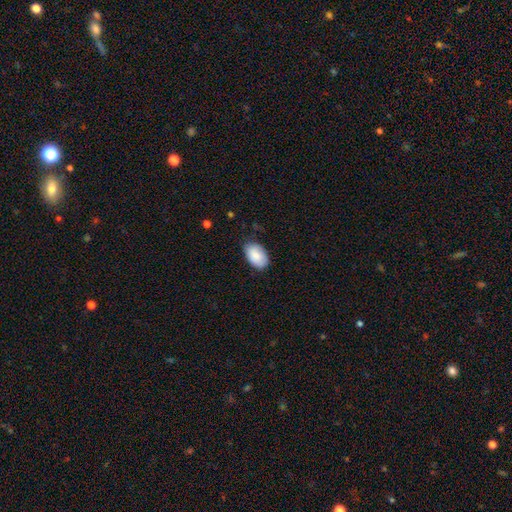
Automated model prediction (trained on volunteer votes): Smooth or featured? Predicted: smooth (p=0.85). How rounded? Predicted: in between (p=0.92). Merging? Predicted: none (p=0.74).